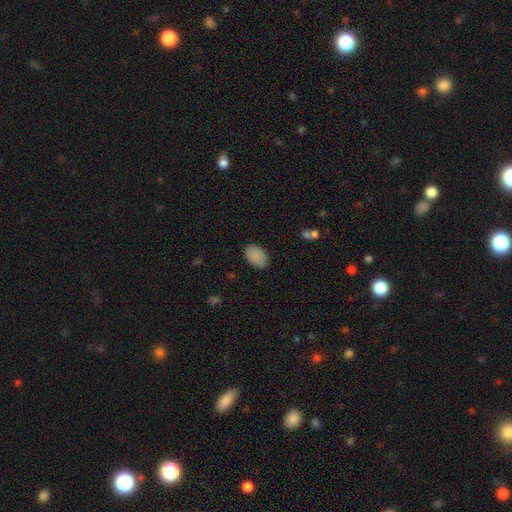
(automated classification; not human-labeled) A smooth galaxy with no disk features (88%) that is in between round and cigar-shaped (90%).

Vote fractions:
- Smooth or featured? smooth: 88% / star or artifact: 7% / featured or disk: 5%
- How rounded? in between: 90% / round: 9% / cigar-shaped: 1%
- Merging? none: 85% / minor disturbance: 11% / major disturbance: 3% / merger: 1%